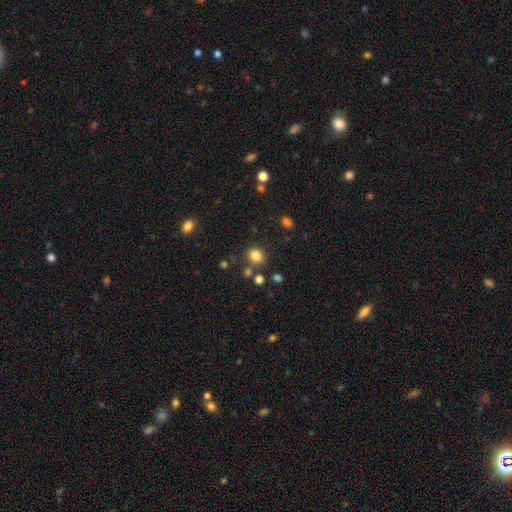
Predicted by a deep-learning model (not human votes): Overall: smooth (82%). How rounded: round (58%; in between 41%). Merging: none (76%).